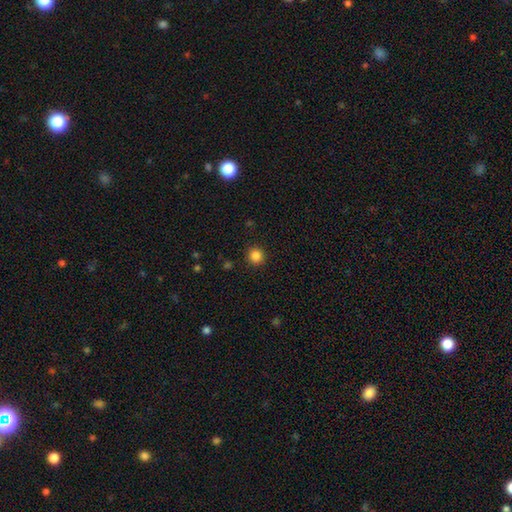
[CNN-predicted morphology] smooth 85%, star or artifact 12%, featured or disk 3%. Down the decision tree: how rounded — round (93%); merging — none (92%).